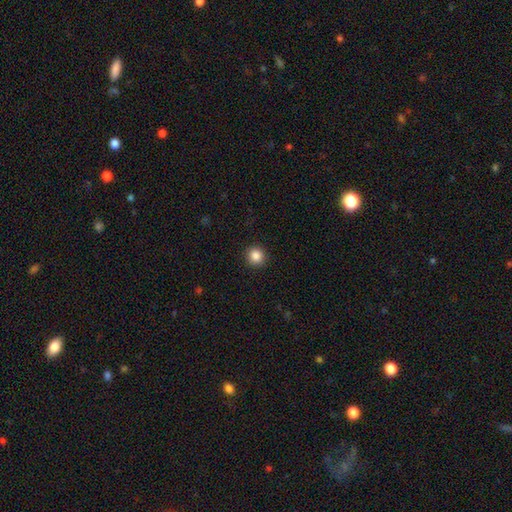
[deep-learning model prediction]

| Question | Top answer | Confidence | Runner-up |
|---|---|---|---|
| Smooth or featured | smooth | 86% | star or artifact (10%) |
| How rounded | round | 92% | in between (7%) |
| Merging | none | 92% | minor disturbance (5%) |